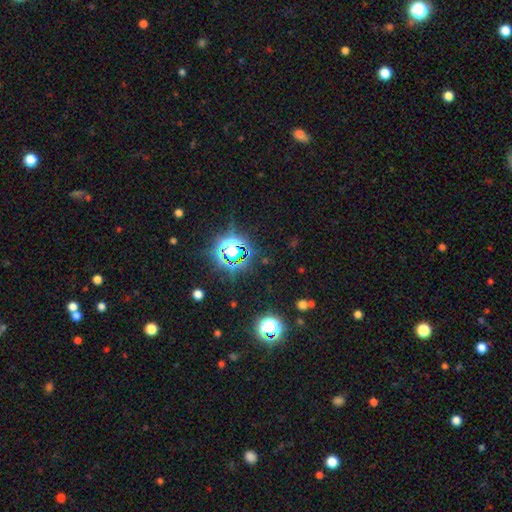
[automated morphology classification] Smooth or featured? Predicted: star or artifact (p=0.81).